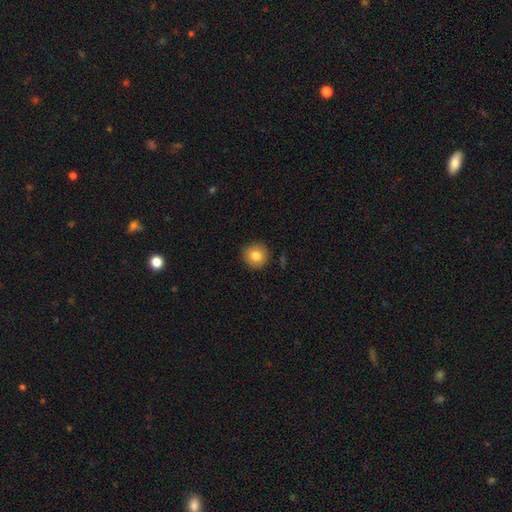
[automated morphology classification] Smooth or featured?
  - smooth: 82% *
  - star or artifact: 9%
  - featured or disk: 9%
How rounded?
  - round: 93% *
  - in between: 6%
  - cigar-shaped: 1%
Merging?
  - none: 90% *
  - minor disturbance: 7%
  - major disturbance: 2%
  - merger: 1%